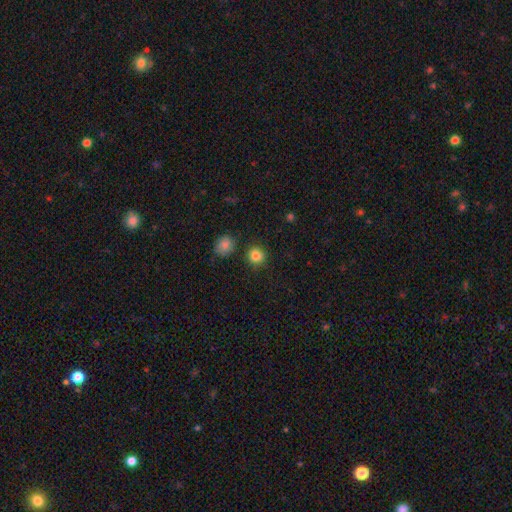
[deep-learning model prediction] A smooth galaxy with no disk features (84%) that is round (91%).

Vote fractions:
- Smooth or featured? smooth: 84% / star or artifact: 11% / featured or disk: 5%
- How rounded? round: 91% / in between: 8% / cigar-shaped: 1%
- Merging? none: 87% / minor disturbance: 7% / merger: 4% / major disturbance: 2%